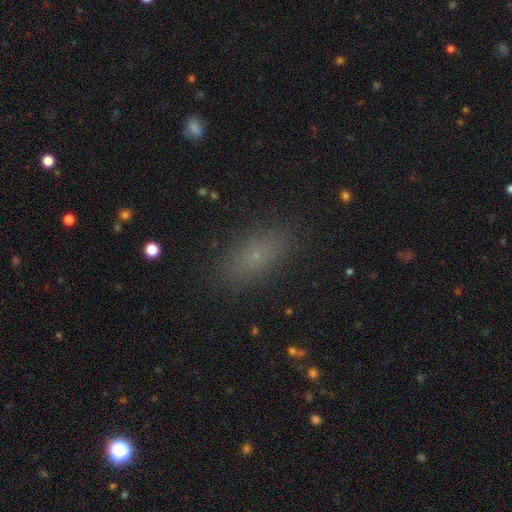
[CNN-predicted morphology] smooth_or_featured: smooth (p=0.70) [alt: star or artifact p=0.18]
how_rounded: in between (p=0.80) [alt: cigar-shaped p=0.11]
merging: none (p=0.86) [alt: minor disturbance p=0.10]